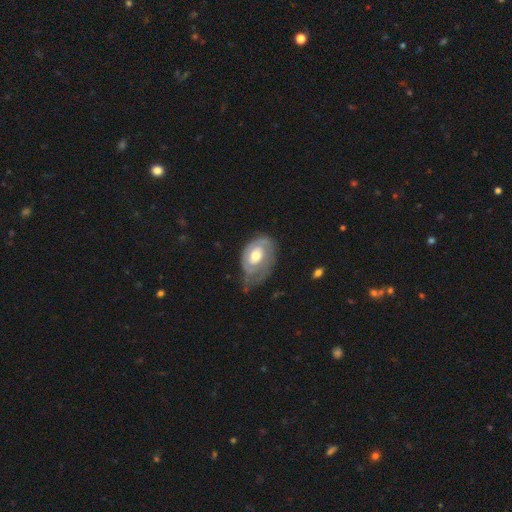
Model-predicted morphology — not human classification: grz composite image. It shows a featured or disk galaxy (70%) with no bar (70%), tight (64%) spiral arms (76%) and a moderate central bulge (70%). Merging: none (37%).